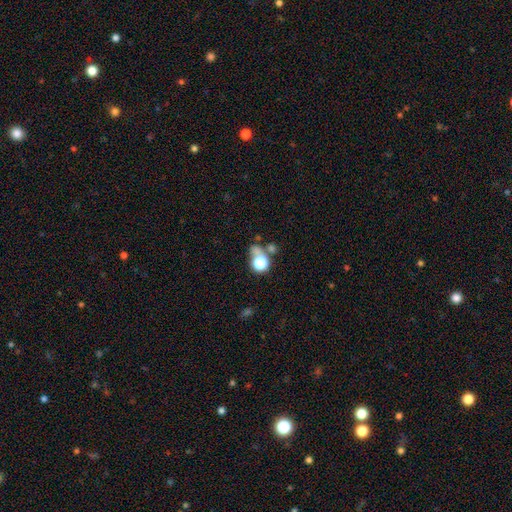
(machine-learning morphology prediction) smooth 61%, star or artifact 26%, featured or disk 13%. Down the decision tree: how rounded — round (68%); merging — none (40%).